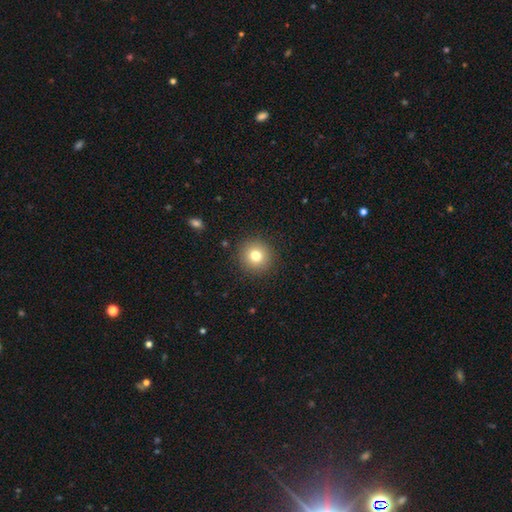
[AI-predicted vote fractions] Smooth or featured? Predicted: smooth (p=0.78). How rounded? Predicted: round (p=0.95). Merging? Predicted: none (p=0.91).